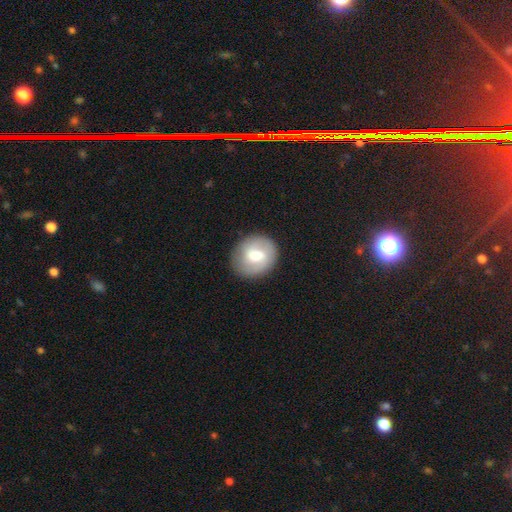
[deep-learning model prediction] The model was most divided on "smooth or featured": smooth: 56%, featured or disk: 37%, star or artifact: 7%. More confident: merging — none (84%); how rounded — round (78%).